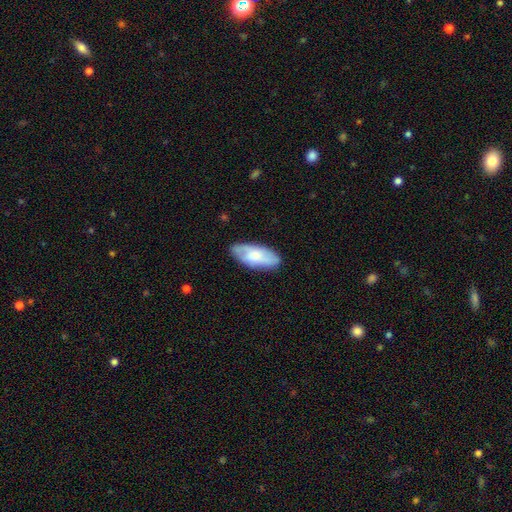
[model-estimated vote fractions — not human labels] Smooth or featured? Predicted: smooth (p=0.60). How rounded? Predicted: in between (p=0.86). Merging? Predicted: none (p=0.80).